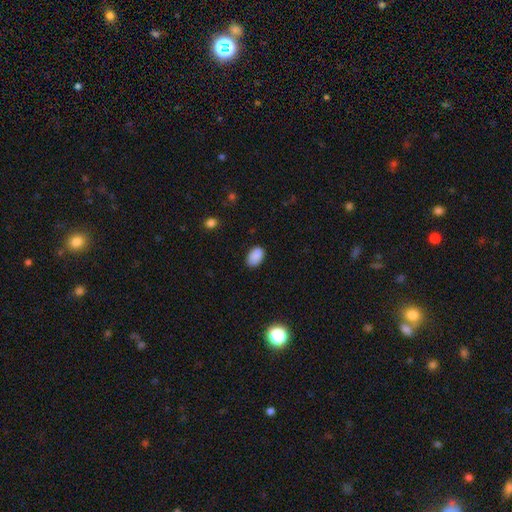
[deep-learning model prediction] This is clearly a smooth galaxy (88%). How rounded: clearly in between (90%). Merging: clearly none (84%).